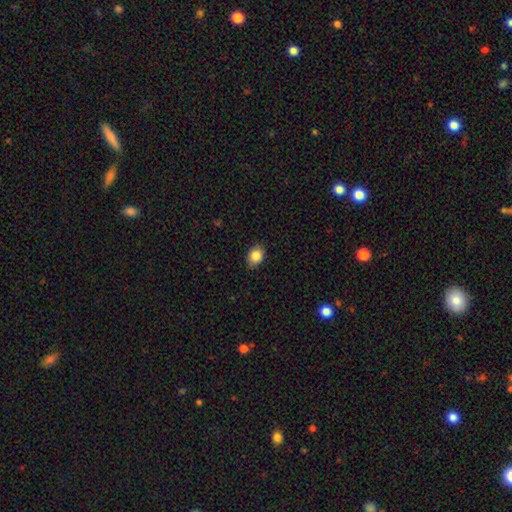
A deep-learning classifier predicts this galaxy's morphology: smooth 85%, star or artifact 8%, featured or disk 7%. Down the decision tree: how rounded — in between (69%); merging — none (87%).